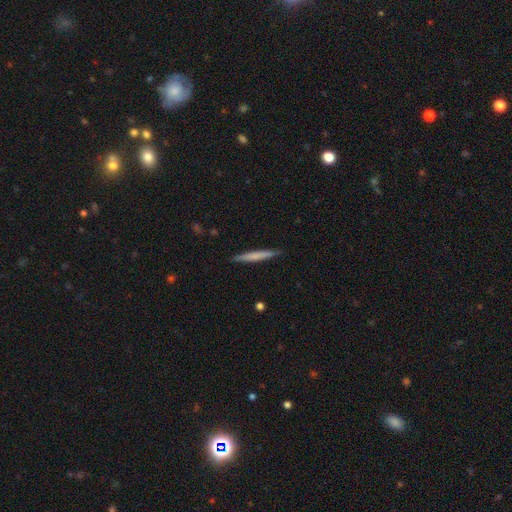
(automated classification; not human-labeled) Smooth or featured: smooth — 61% (featured or disk — 33%)
How rounded: cigar-shaped — 96% (in between — 3%)
Merging: none — 89% (minor disturbance — 8%)